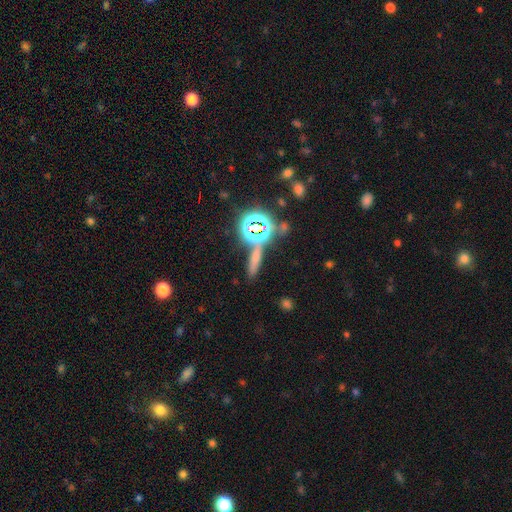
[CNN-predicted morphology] A star or artifact, not a galaxy (49%).

Vote fractions:
- Smooth or featured? star or artifact: 49% / smooth: 35% / featured or disk: 16%